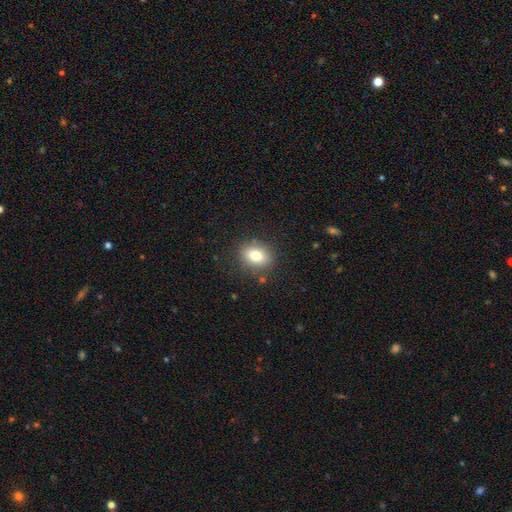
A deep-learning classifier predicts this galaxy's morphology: smooth 79%, featured or disk 11%, star or artifact 11%. Down the decision tree: how rounded — in between (52%); merging — none (85%).